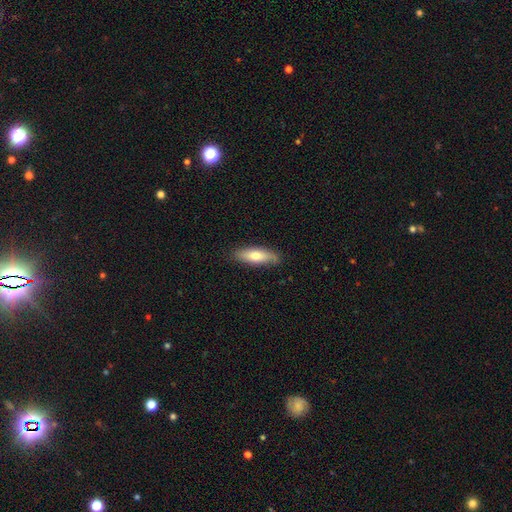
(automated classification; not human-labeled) The model was most divided on "how rounded": in between: 51%, cigar-shaped: 47%, round: 2%. More confident: merging — none (82%); smooth or featured — smooth (71%).